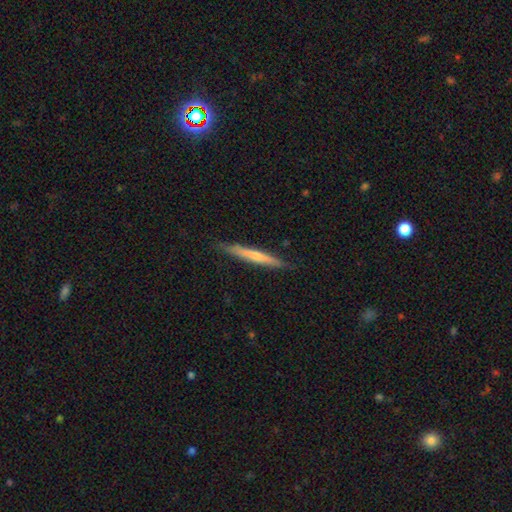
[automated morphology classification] Q: Smooth or featured?
A: featured or disk (57%); runner-up: smooth (35%)
Q: Edge-on disk?
A: yes (97%); runner-up: no (3%)
Q: Edge-on bulge?
A: rounded (61%); runner-up: none (33%)
Q: Merging?
A: none (90%); runner-up: minor disturbance (8%)